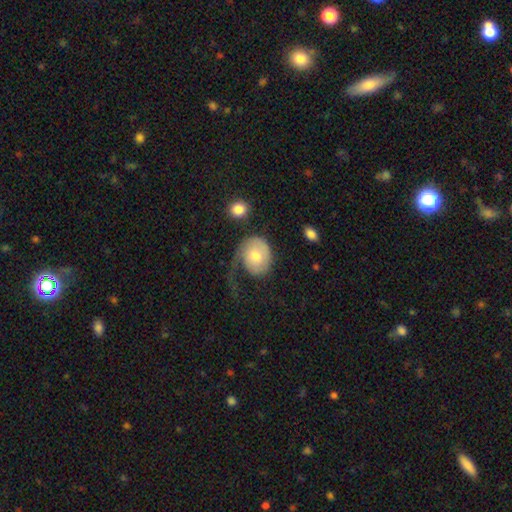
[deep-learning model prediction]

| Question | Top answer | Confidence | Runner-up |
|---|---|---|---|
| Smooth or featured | smooth | 47% | featured or disk (46%) |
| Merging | major disturbance | 44% | none (32%) |